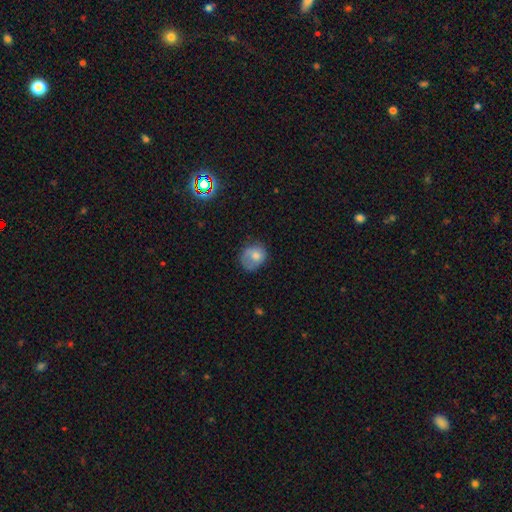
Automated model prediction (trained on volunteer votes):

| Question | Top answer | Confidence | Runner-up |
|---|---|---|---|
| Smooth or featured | smooth | 69% | featured or disk (22%) |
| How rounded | round | 67% | in between (32%) |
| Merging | none | 49% | minor disturbance (30%) |